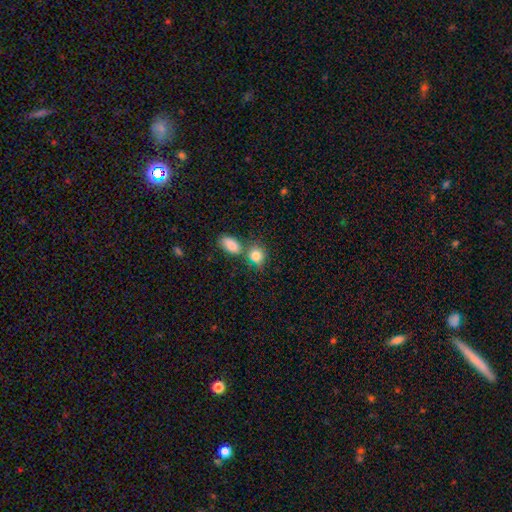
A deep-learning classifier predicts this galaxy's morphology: A smooth galaxy with no disk features (83%) that is round (50%).

Vote fractions:
- Smooth or featured? smooth: 83% / star or artifact: 9% / featured or disk: 8%
- How rounded? round: 50% / in between: 48% / cigar-shaped: 2%
- Merging? none: 49% / merger: 35% / minor disturbance: 12% / major disturbance: 4%